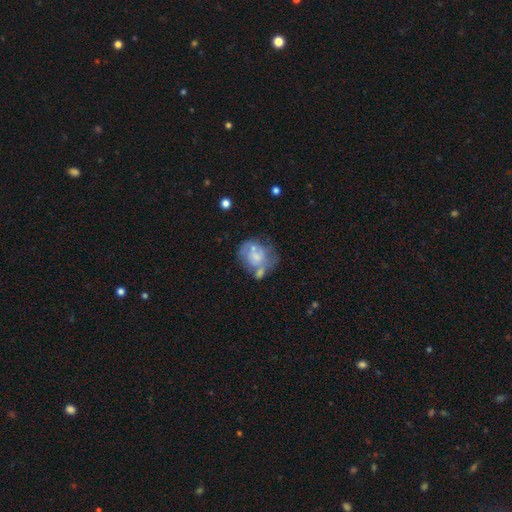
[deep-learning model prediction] Smooth or featured? Predicted: featured or disk (p=0.53). Edge-on disk? Predicted: no (p=0.98). Bar? Predicted: no (p=0.80). Spiral arms? Predicted: no (p=0.60). Bulge size? Predicted: small (p=0.39). Merging? Predicted: none (p=0.32).